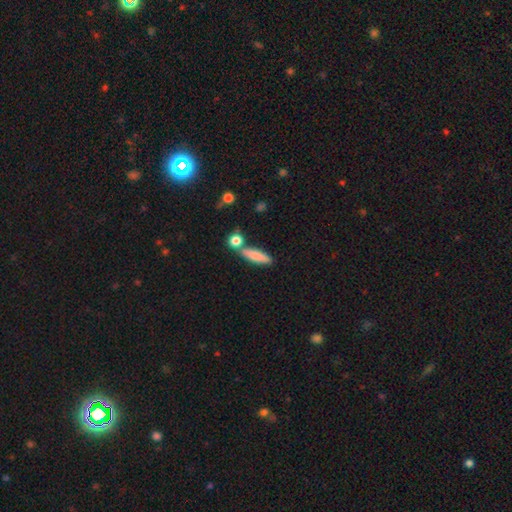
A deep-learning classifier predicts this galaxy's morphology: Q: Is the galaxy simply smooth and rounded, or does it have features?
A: smooth — 79%.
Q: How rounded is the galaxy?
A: cigar-shaped — 61%.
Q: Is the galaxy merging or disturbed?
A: none — 67%.